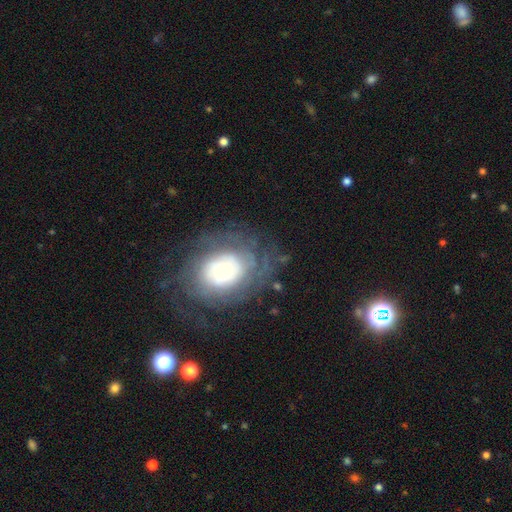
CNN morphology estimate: This appears to be a featured or disk galaxy (64%) with no bar (81%), spiral arms (74%) and a small central bulge (42%). Merging: none (74%).